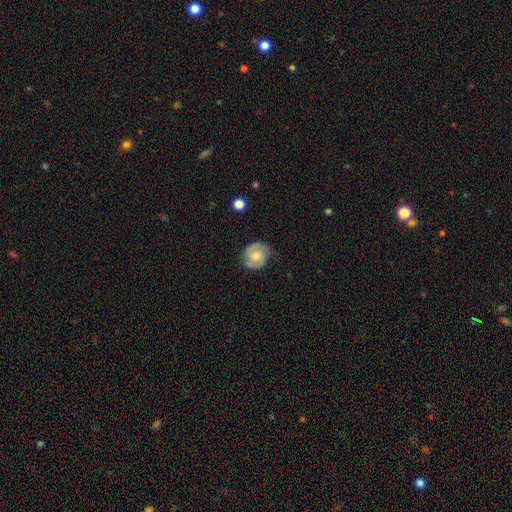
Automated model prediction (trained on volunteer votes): Smooth or featured? Predicted: featured or disk (p=0.59). Edge-on disk? Predicted: no (p=0.98). Bar? Predicted: no (p=0.64). Spiral arms? Predicted: yes (p=0.86). Bulge size? Predicted: moderate (p=0.62). Merging? Predicted: none (p=0.77).